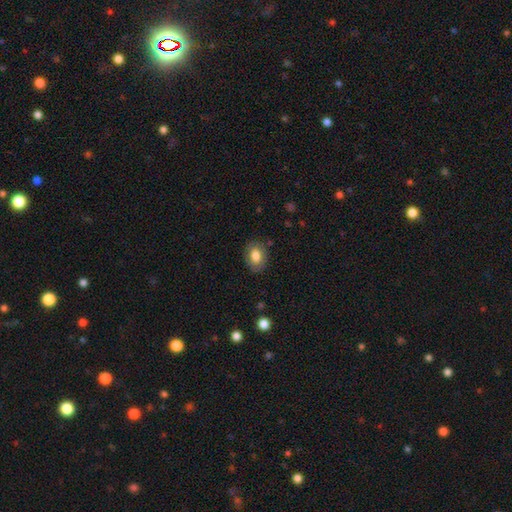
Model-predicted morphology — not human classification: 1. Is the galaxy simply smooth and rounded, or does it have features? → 74% smooth, 18% featured or disk, 7% star or artifact.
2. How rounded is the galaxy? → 72% in between, 27% round, 1% cigar-shaped.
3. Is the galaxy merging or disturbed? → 82% none, 13% minor disturbance, 4% major disturbance, 1% merger.